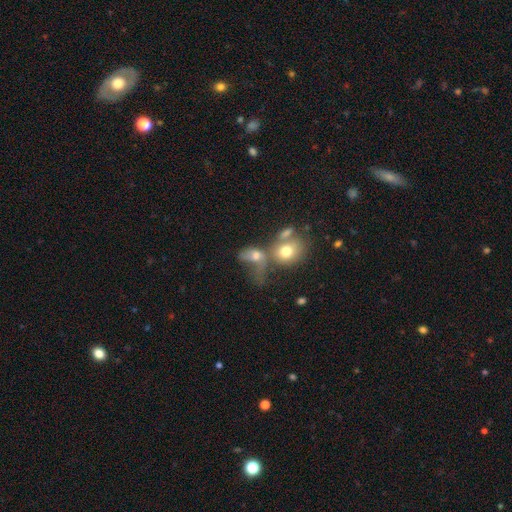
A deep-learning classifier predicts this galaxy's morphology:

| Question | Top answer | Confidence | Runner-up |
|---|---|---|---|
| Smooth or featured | smooth | 64% | featured or disk (24%) |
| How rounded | in between | 66% | round (31%) |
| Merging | merger | 54% | major disturbance (22%) |